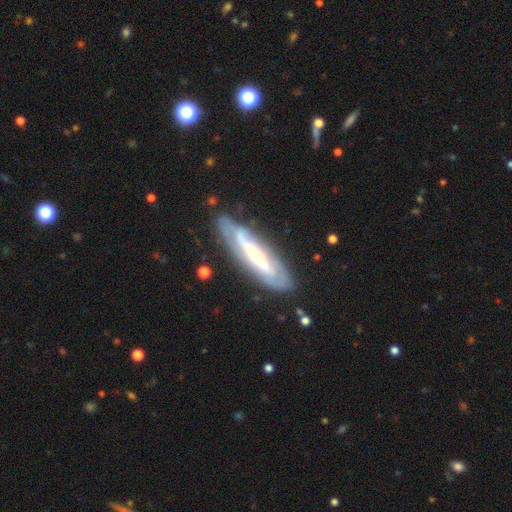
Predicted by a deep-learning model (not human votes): Overall: featured or disk (66%; smooth 28%). Edge-on disk: no (59%; yes 41%). Merging: none (74%).